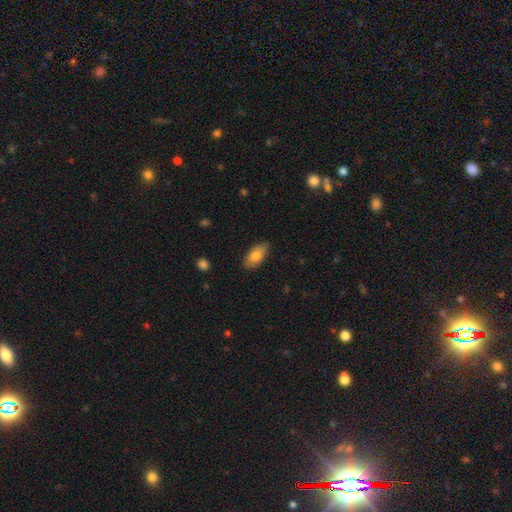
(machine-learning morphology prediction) Overall: smooth (78%). How rounded: in between (91%). Merging: none (84%).